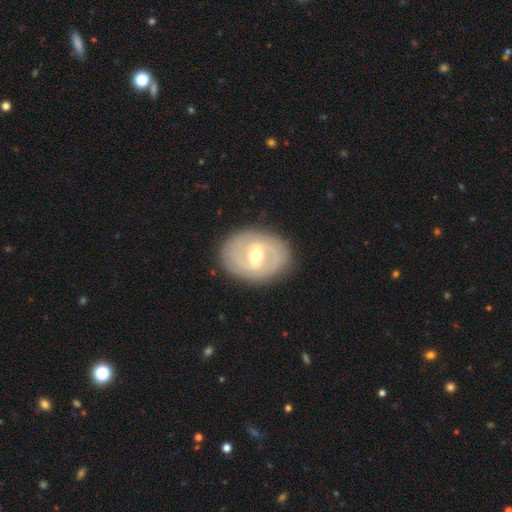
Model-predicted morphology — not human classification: A featured or disk galaxy (76%) with a weak bar (53%), 2 (65%) tight (55%) spiral arms (78%) and a moderate central bulge (69%).

Vote fractions:
- Smooth or featured? featured or disk: 76% / smooth: 18% / star or artifact: 6%
- Edge-on disk? no: 96% / yes: 4%
- Bar? weak: 53% / strong: 31% / no: 16%
- Spiral arms? yes: 78% / no: 22%
- Spiral winding? tight: 55% / medium: 32% / loose: 13%
- Spiral arm count? 2: 65% / can't tell: 22% / 3: 6% / 1: 3% / 4: 2% / more than 4: 2%
- Bulge size? moderate: 69% / small: 25% / large: 5% / none: 1% / dominant: 1%
- Merging? none: 85% / minor disturbance: 11% / major disturbance: 3% / merger: 1%